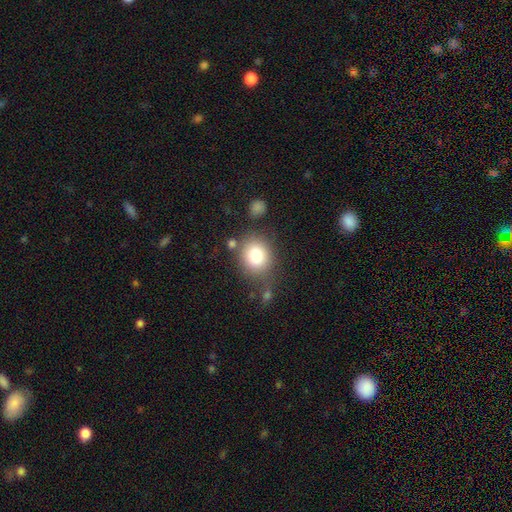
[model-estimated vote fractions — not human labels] Q: Smooth or featured?
A: smooth (81%); runner-up: featured or disk (10%)
Q: How rounded?
A: round (68%); runner-up: in between (31%)
Q: Merging?
A: none (68%); runner-up: minor disturbance (17%)